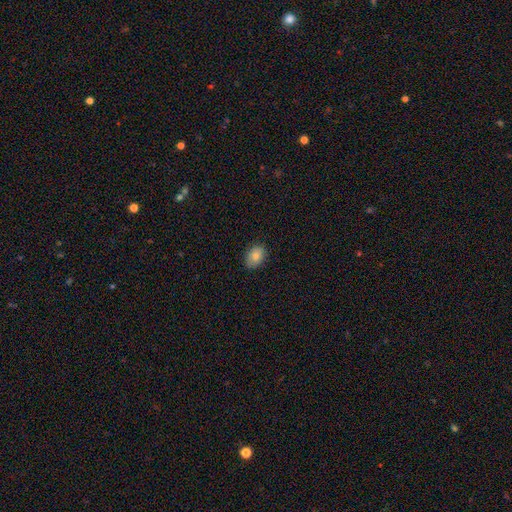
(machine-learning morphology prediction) A smooth galaxy with no disk features (83%) that is in between round and cigar-shaped (74%). Merging: none (85%).